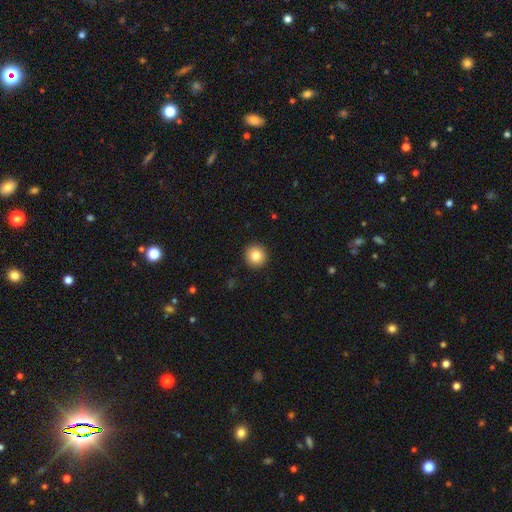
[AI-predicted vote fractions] smooth 83%, star or artifact 9%, featured or disk 7%. Down the decision tree: how rounded — round (95%); merging — none (93%).